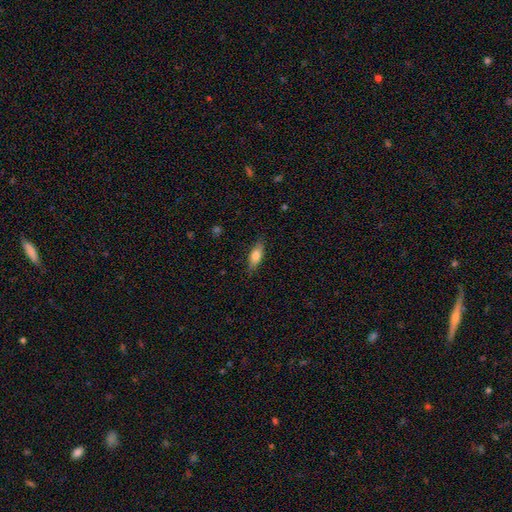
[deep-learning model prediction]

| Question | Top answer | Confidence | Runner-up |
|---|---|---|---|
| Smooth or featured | smooth | 73% | featured or disk (21%) |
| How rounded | in between | 67% | cigar-shaped (30%) |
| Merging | none | 82% | minor disturbance (14%) |